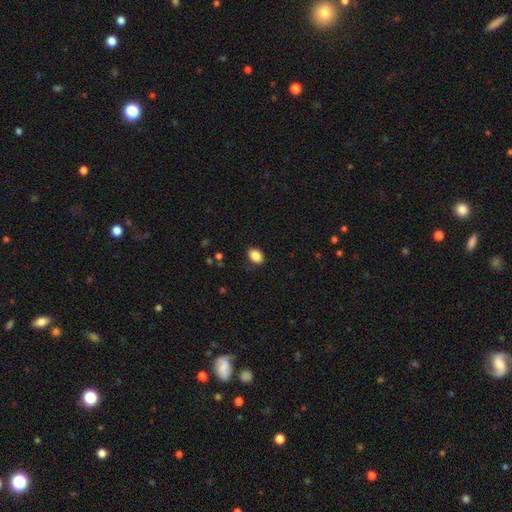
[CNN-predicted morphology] Smooth or featured? smooth (87%)
How rounded? in between (76%)
Merging? none (85%)